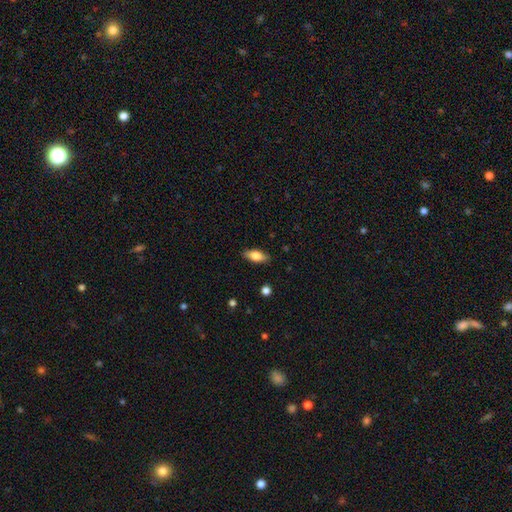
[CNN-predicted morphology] smooth_or_featured: smooth (p=0.78) [alt: featured or disk p=0.15]
how_rounded: in between (p=0.80) [alt: cigar-shaped p=0.17]
merging: none (p=0.87) [alt: minor disturbance p=0.10]